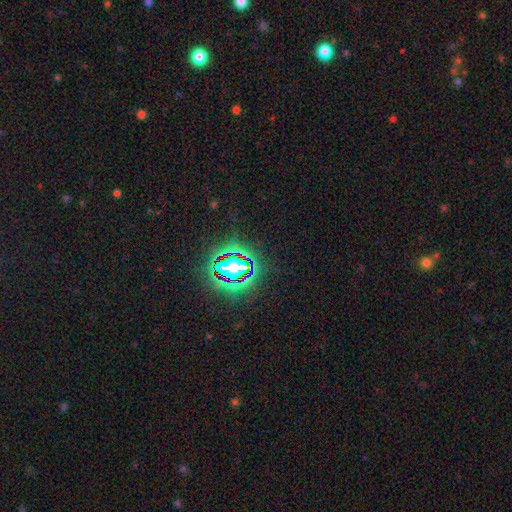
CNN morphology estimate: smooth_or_featured: star or artifact (p=0.83) [alt: smooth p=0.11]